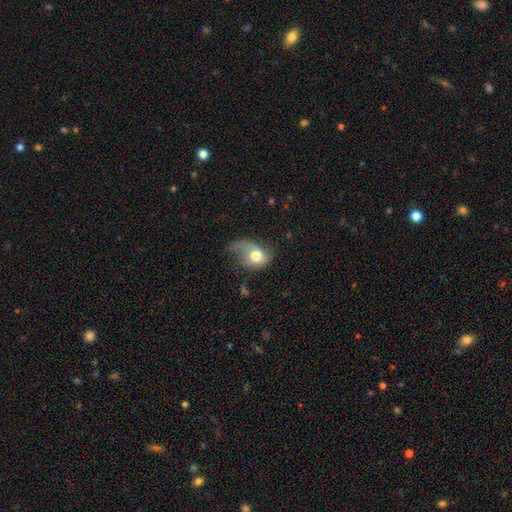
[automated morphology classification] Smooth or featured? smooth (59%)
How rounded? in between (66%)
Merging? major disturbance (47%)